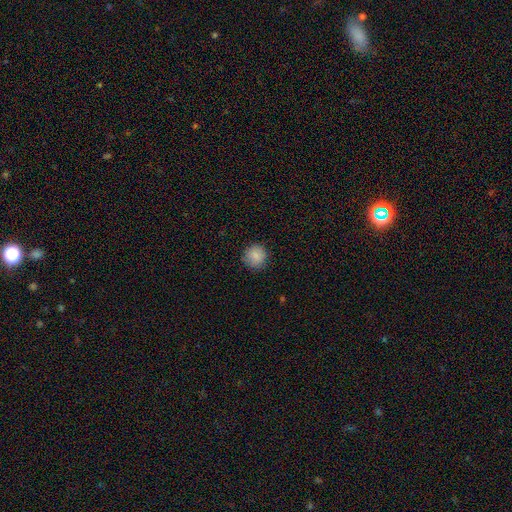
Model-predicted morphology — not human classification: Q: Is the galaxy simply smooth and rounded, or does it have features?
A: smooth — 86%.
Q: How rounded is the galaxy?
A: round — 93%.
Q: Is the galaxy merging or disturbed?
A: none — 86%.